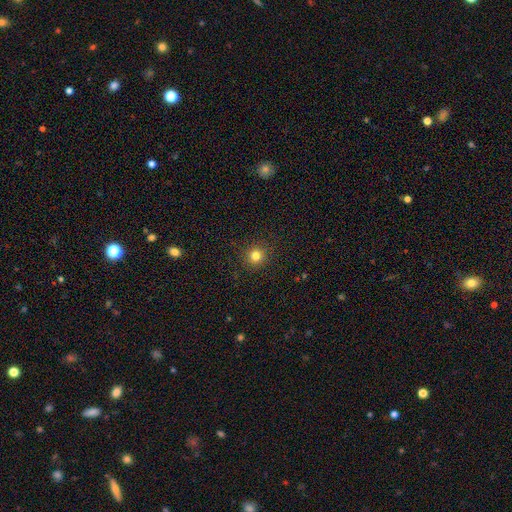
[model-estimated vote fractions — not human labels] Smooth or featured: smooth — 81% (star or artifact — 14%)
How rounded: round — 94% (in between — 5%)
Merging: none — 91% (minor disturbance — 5%)